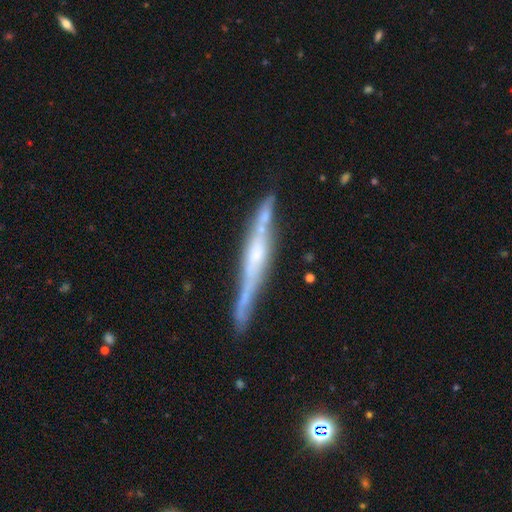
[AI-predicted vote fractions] The model was most divided on "edge-on bulge": rounded: 45%, boxy: 29%, none: 26%. More confident: edge-on disk — yes (96%); smooth or featured — featured or disk (79%); merging — none (75%).